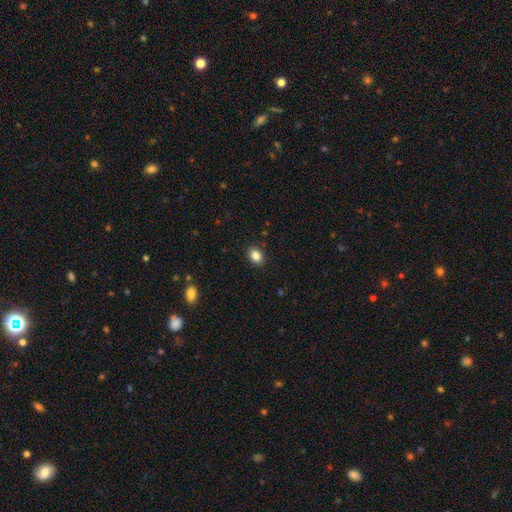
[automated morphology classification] smooth-or-featured: smooth: 85% | star or artifact: 9% | featured or disk: 6%
  how-rounded: in between: 71% | round: 28% | cigar-shaped: 1%
  merging: none: 88% | minor disturbance: 9% | major disturbance: 2% | merger: 1%